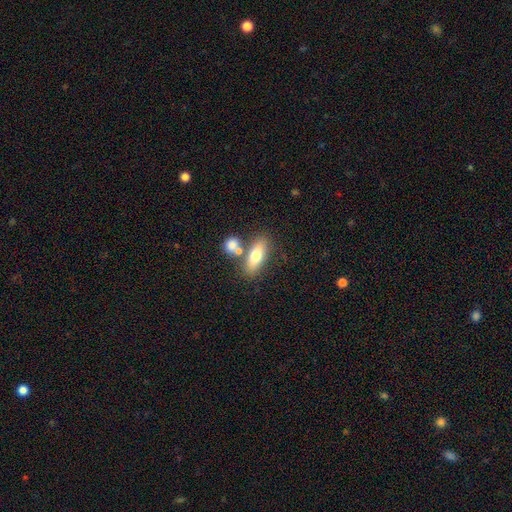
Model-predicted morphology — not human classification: Q: Smooth or featured?
A: smooth (70%); runner-up: featured or disk (23%)
Q: How rounded?
A: in between (68%); runner-up: cigar-shaped (27%)
Q: Merging?
A: none (62%); runner-up: merger (23%)